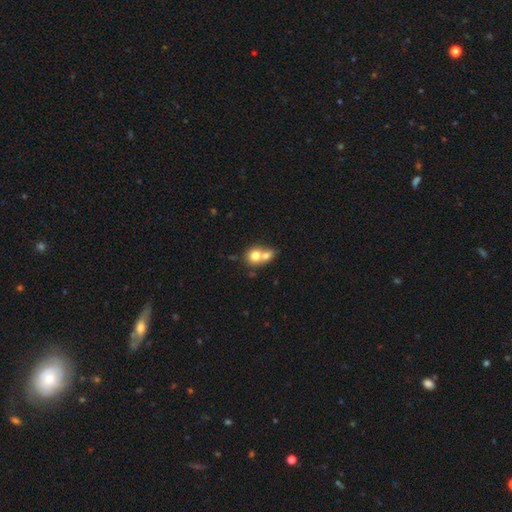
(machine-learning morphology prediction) A smooth galaxy with no disk features (72%) that is round (70%). Merging: merger (66%).